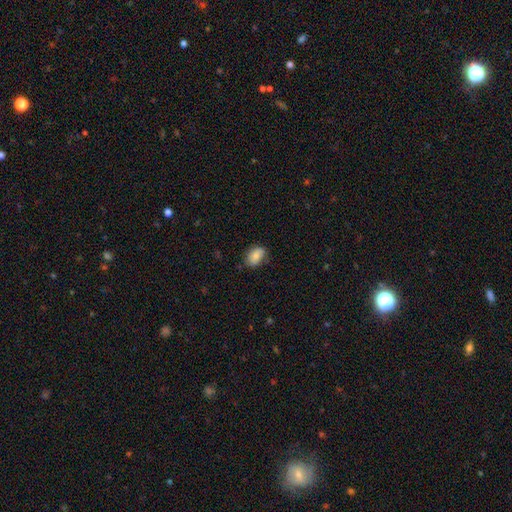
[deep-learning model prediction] Q: Smooth or featured?
A: smooth (80%); runner-up: featured or disk (13%)
Q: How rounded?
A: in between (82%); runner-up: round (16%)
Q: Merging?
A: none (73%); runner-up: minor disturbance (21%)